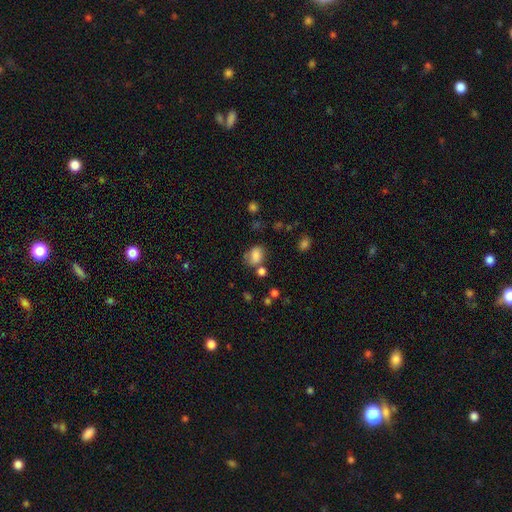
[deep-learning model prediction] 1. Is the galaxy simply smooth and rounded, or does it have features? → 78% smooth, 11% star or artifact, 11% featured or disk.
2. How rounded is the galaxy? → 65% in between, 34% round, 1% cigar-shaped.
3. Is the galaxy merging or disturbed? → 50% none, 25% minor disturbance, 14% merger, 11% major disturbance.